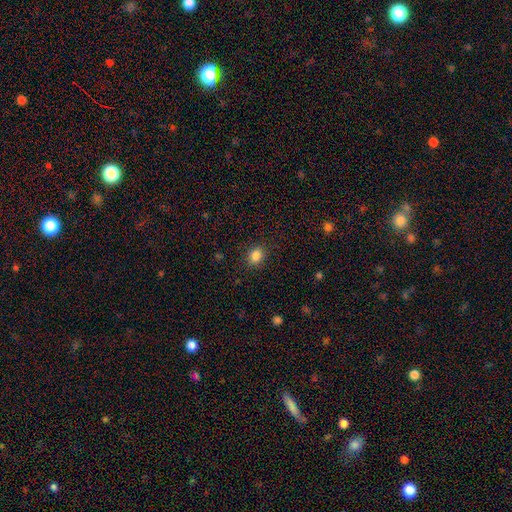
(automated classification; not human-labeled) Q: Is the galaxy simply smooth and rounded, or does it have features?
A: smooth — 85%.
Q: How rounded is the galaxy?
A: round — 51%.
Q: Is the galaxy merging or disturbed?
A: none — 87%.